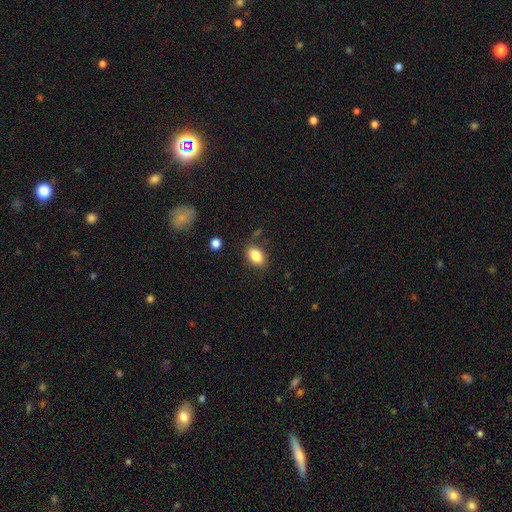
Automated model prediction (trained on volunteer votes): Smooth or featured?
  - smooth: 84% *
  - star or artifact: 9%
  - featured or disk: 8%
How rounded?
  - in between: 86% *
  - round: 12%
  - cigar-shaped: 2%
Merging?
  - none: 82% *
  - minor disturbance: 12%
  - major disturbance: 3%
  - merger: 3%